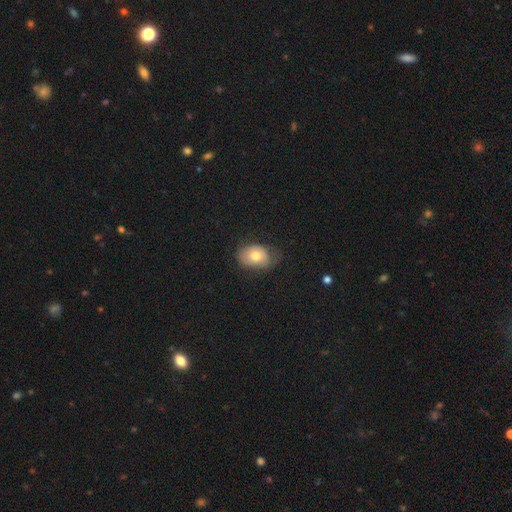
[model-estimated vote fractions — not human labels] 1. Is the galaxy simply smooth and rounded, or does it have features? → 71% smooth, 21% featured or disk, 8% star or artifact.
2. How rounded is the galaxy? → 75% in between, 24% round, 1% cigar-shaped.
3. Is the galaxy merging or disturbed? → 58% none, 31% minor disturbance, 10% major disturbance, 1% merger.